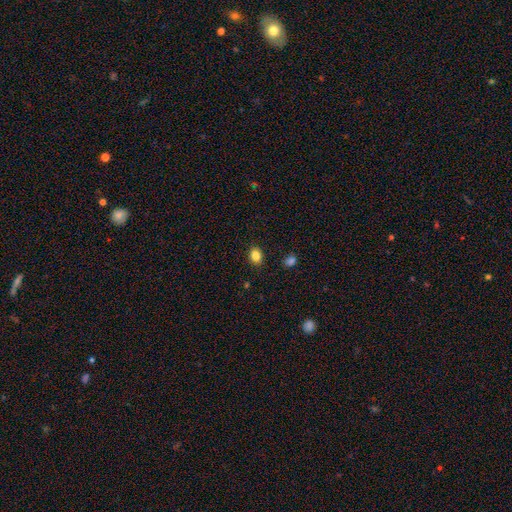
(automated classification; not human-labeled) Q: Smooth or featured?
A: smooth (85%); runner-up: star or artifact (10%)
Q: How rounded?
A: in between (59%); runner-up: round (40%)
Q: Merging?
A: none (88%); runner-up: minor disturbance (8%)